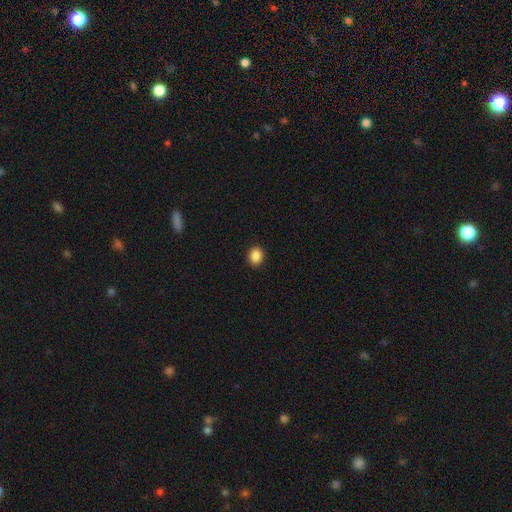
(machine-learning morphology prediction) The model was most divided on "how rounded": round: 53%, in between: 46%, cigar-shaped: 1%. More confident: merging — none (92%); smooth or featured — smooth (88%).